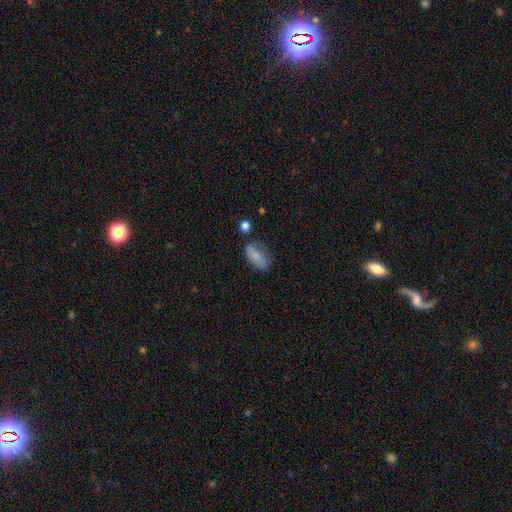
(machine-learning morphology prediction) Smooth or featured? smooth (74%)
How rounded? in between (89%)
Merging? none (50%)